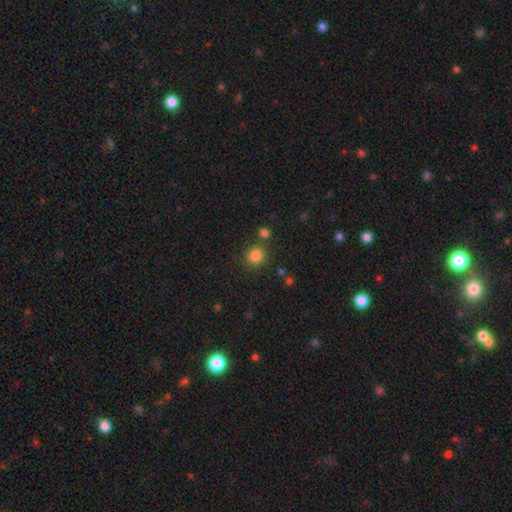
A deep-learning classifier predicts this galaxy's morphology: A smooth galaxy with no disk features (84%) that is round (86%).

Vote fractions:
- Smooth or featured? smooth: 84% / star or artifact: 12% / featured or disk: 4%
- How rounded? round: 86% / in between: 13% / cigar-shaped: 1%
- Merging? none: 79% / merger: 9% / minor disturbance: 8% / major disturbance: 3%